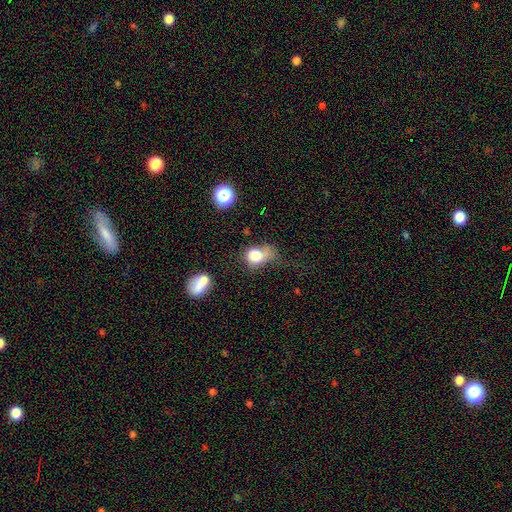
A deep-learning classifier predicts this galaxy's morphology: type=smooth (76%); roundness=round (50%); merging=major disturbance (34%).